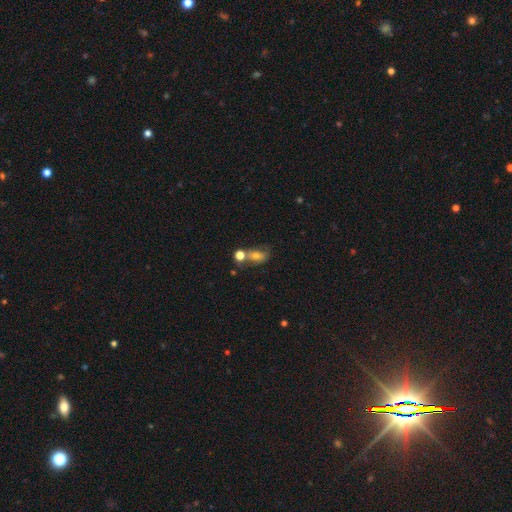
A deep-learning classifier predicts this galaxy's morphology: type=smooth (64%); roundness=in between (73%); merging=none (37%).